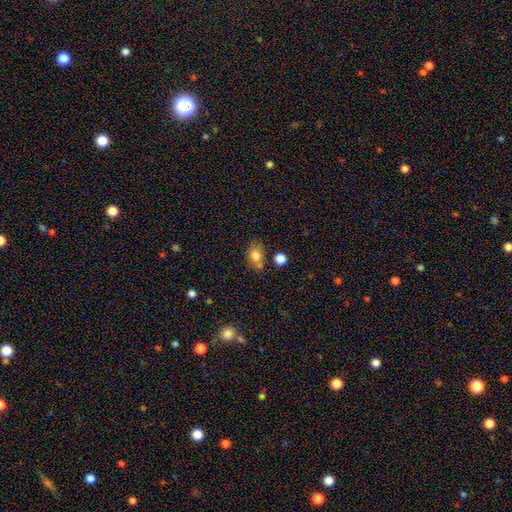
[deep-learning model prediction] smooth_or_featured: smooth (p=0.78) [alt: star or artifact p=0.11]
how_rounded: in between (p=0.58) [alt: round p=0.40]
merging: none (p=0.55) [alt: minor disturbance p=0.19]